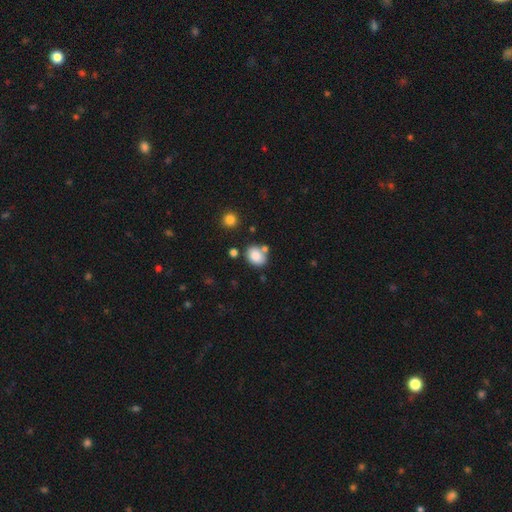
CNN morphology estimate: Smooth or featured? smooth (85%)
How rounded? in between (65%)
Merging? none (68%)